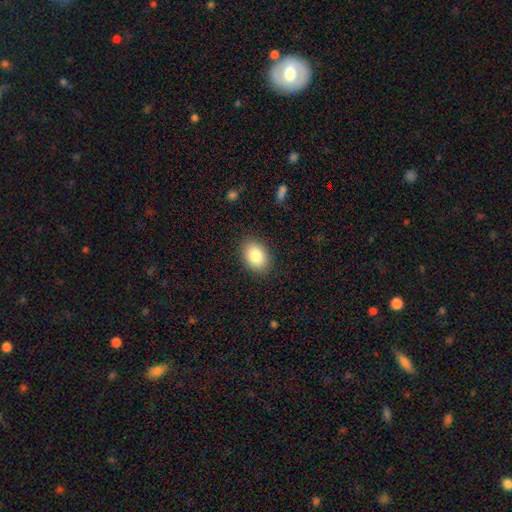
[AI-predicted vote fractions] Q: Smooth or featured?
A: smooth (84%); runner-up: featured or disk (8%)
Q: How rounded?
A: in between (78%); runner-up: round (21%)
Q: Merging?
A: none (87%); runner-up: minor disturbance (9%)